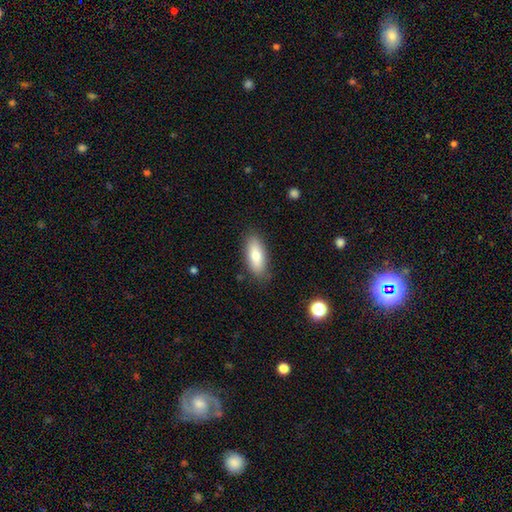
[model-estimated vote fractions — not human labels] A smooth galaxy with no disk features (76%) that is in between round and cigar-shaped (78%). Merging: none (84%).